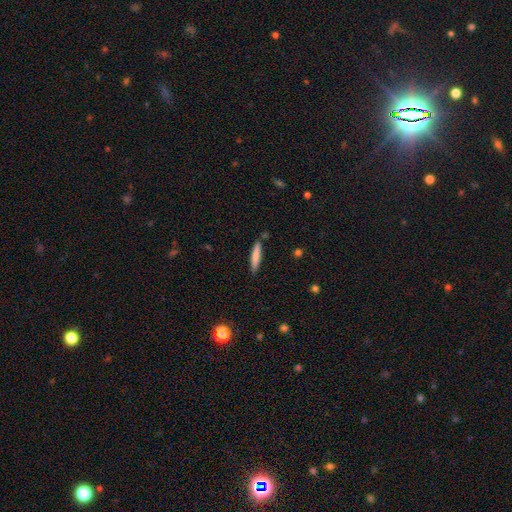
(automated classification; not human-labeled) smooth_or_featured: smooth (p=0.79) [alt: featured or disk p=0.16]
how_rounded: cigar-shaped (p=0.91) [alt: in between p=0.08]
merging: none (p=0.86) [alt: minor disturbance p=0.10]